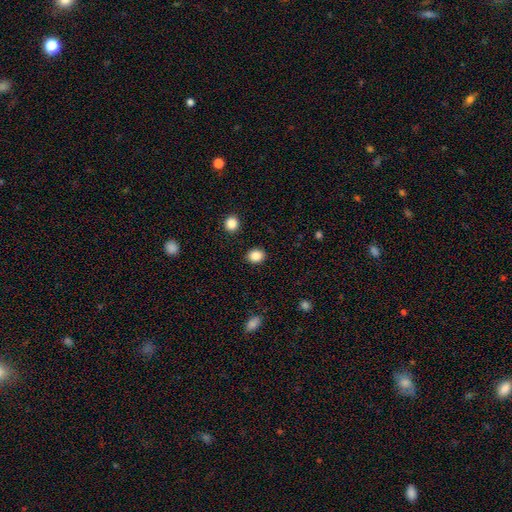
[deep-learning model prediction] smooth-or-featured: smooth: 86% | star or artifact: 10% | featured or disk: 4%
  how-rounded: round: 59% | in between: 40% | cigar-shaped: 1%
  merging: none: 89% | minor disturbance: 7% | major disturbance: 2% | merger: 2%